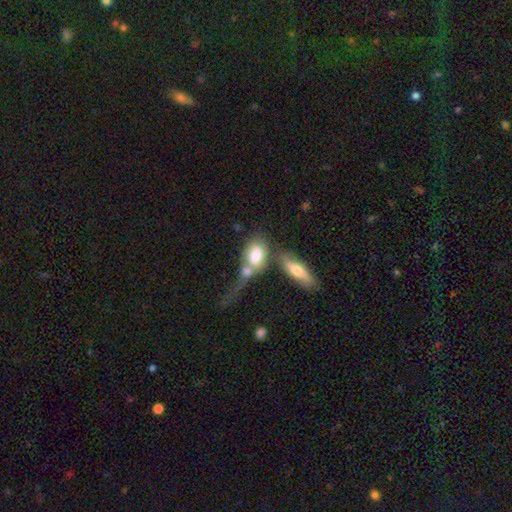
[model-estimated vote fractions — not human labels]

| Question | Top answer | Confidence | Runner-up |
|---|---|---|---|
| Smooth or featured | smooth | 70% | featured or disk (22%) |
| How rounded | in between | 84% | round (10%) |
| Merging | merger | 56% | none (20%) |